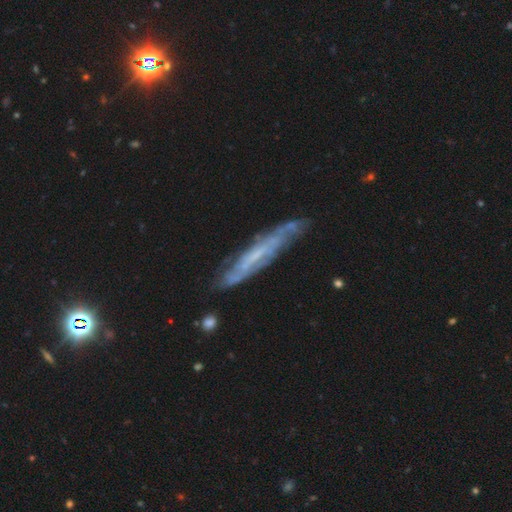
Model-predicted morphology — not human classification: featured or disk 70%, smooth 21%, star or artifact 8%. Down the decision tree: edge-on disk — yes (59%); merging — none (69%).